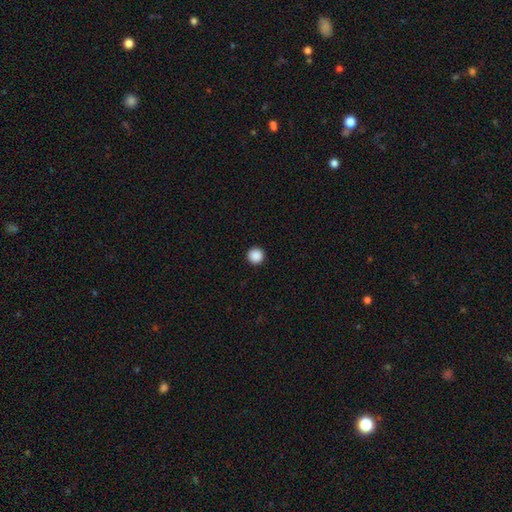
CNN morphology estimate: Overall: smooth (89%). How rounded: round (97%). Merging: none (94%).